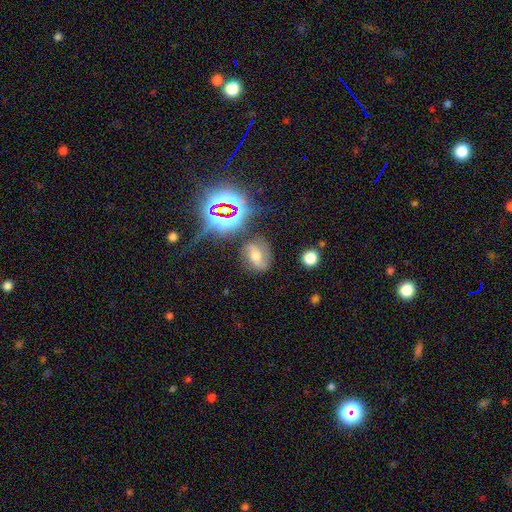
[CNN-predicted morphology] Smooth or featured?
  - featured or disk: 41% *
  - smooth: 35%
  - star or artifact: 24%
Merging?
  - none: 70% *
  - minor disturbance: 17%
  - major disturbance: 8%
  - merger: 4%